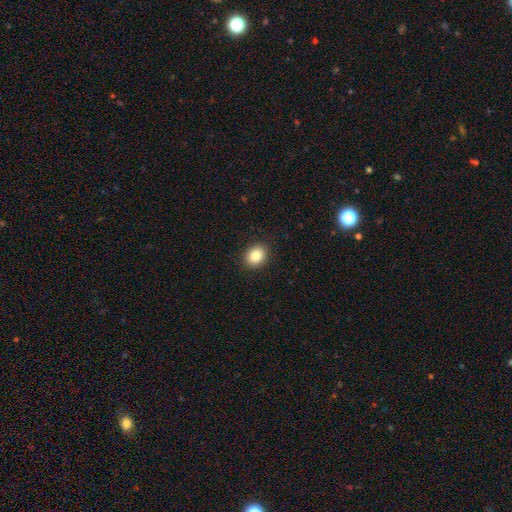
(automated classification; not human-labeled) Smooth or featured?
  - smooth: 84% *
  - star or artifact: 9%
  - featured or disk: 6%
How rounded?
  - round: 53% *
  - in between: 46%
  - cigar-shaped: 1%
Merging?
  - none: 91% *
  - minor disturbance: 6%
  - major disturbance: 2%
  - merger: 1%